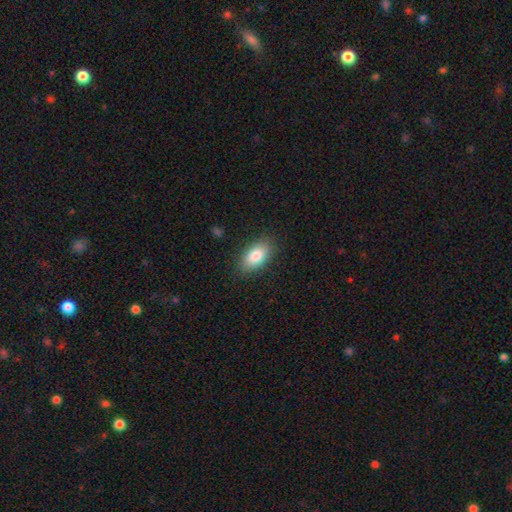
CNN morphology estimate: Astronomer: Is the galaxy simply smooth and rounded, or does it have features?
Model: smooth — 84%.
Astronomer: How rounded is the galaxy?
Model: in between — 93%.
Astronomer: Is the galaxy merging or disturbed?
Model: none — 86%.